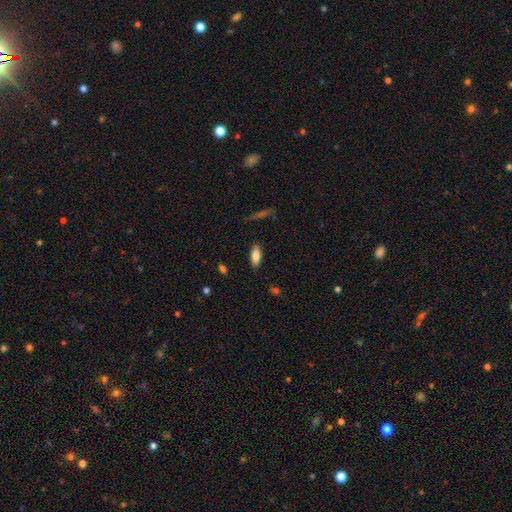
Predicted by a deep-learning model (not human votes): A smooth galaxy with no disk features (78%) that is in between round and cigar-shaped (72%). Merging: none (86%).